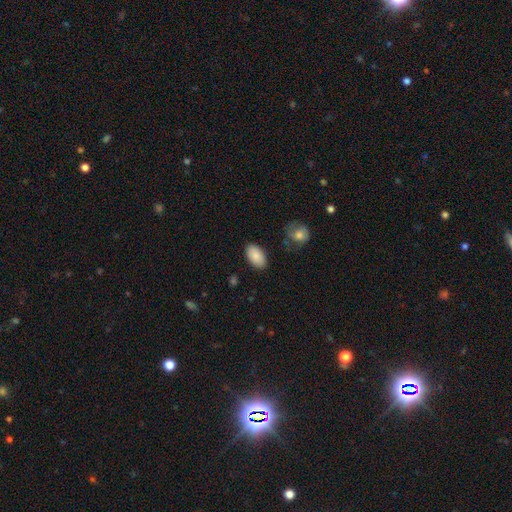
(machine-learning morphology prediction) This appears to be a smooth galaxy with no disk features (88%) that is in between round and cigar-shaped (94%). Merging: none (86%).